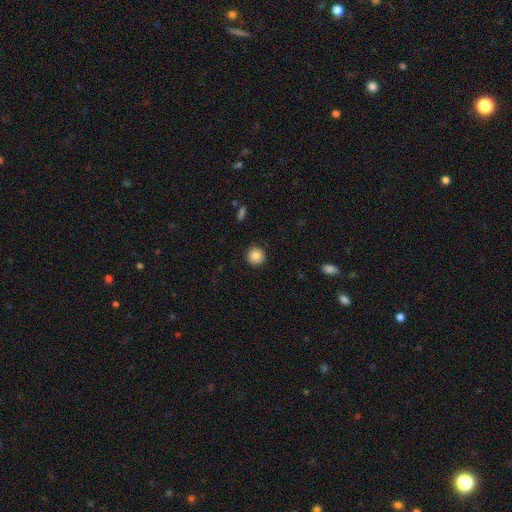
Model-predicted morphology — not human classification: Smooth or featured: smooth — 85% (star or artifact — 9%)
How rounded: round — 94% (in between — 5%)
Merging: none — 91% (minor disturbance — 6%)